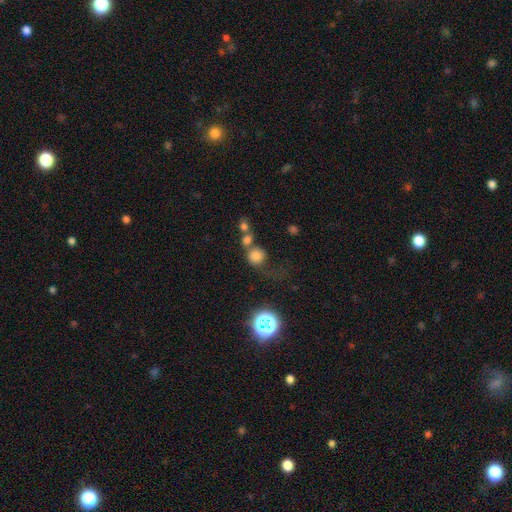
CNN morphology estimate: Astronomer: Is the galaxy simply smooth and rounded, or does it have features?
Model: smooth — 74%.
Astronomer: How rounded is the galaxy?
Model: round — 86%.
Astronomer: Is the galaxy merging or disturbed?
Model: none — 43% (runner-up: merger, 31%).